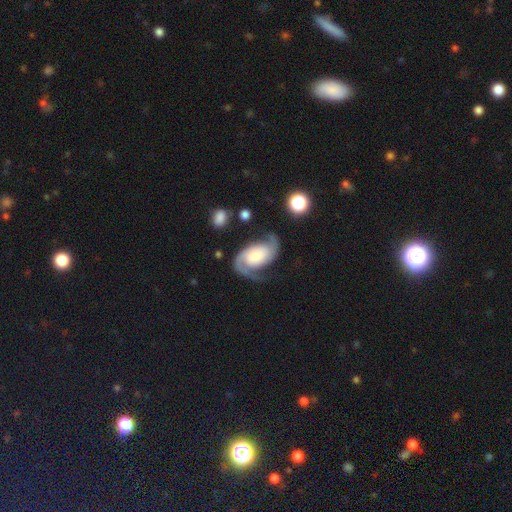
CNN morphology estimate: A featured or disk galaxy (88%) with no bar (60%), 2 (92%) medium (49%) spiral arms (97%) and a moderate central bulge (34%). Merging: none (66%).